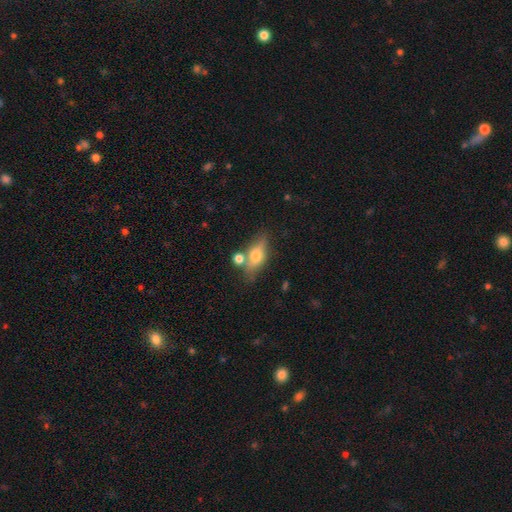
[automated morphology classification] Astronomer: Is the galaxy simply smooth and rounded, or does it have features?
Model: smooth — 54% (runner-up: featured or disk, 37%).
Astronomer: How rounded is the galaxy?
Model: in between — 66%.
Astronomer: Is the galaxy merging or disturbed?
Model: none — 63%.